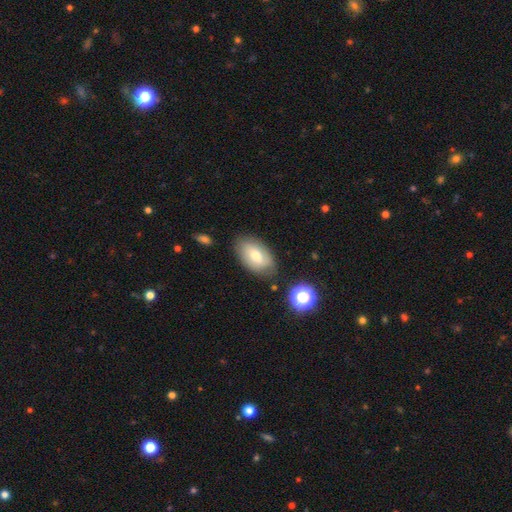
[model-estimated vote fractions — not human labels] Overall: smooth (65%; featured or disk 26%). How rounded: in between (91%). Merging: none (76%).